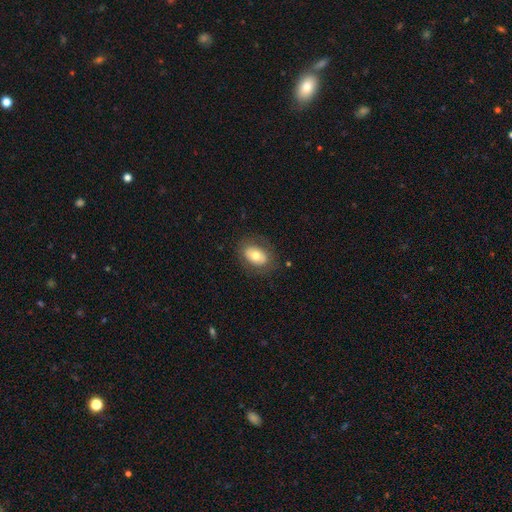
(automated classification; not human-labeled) smooth 68%, featured or disk 25%, star or artifact 8%. Down the decision tree: how rounded — in between (84%); merging — none (81%).